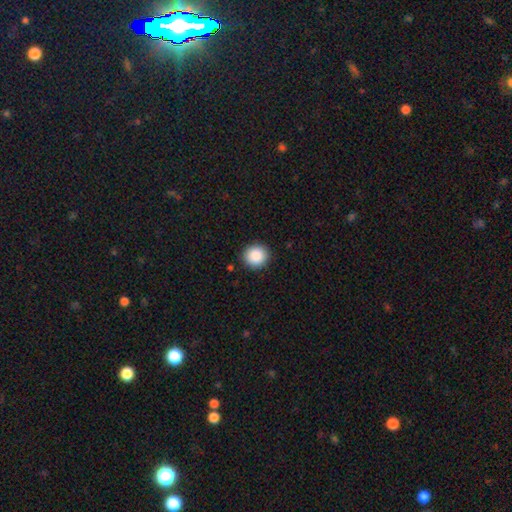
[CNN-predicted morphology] Q: Smooth or featured?
A: smooth (88%); runner-up: star or artifact (9%)
Q: How rounded?
A: round (91%); runner-up: in between (8%)
Q: Merging?
A: none (91%); runner-up: minor disturbance (6%)